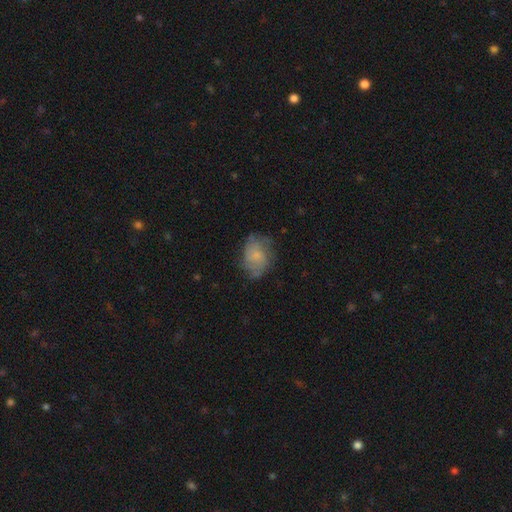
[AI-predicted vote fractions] This is possibly a smooth galaxy (47%). Merging: likely none (62%).